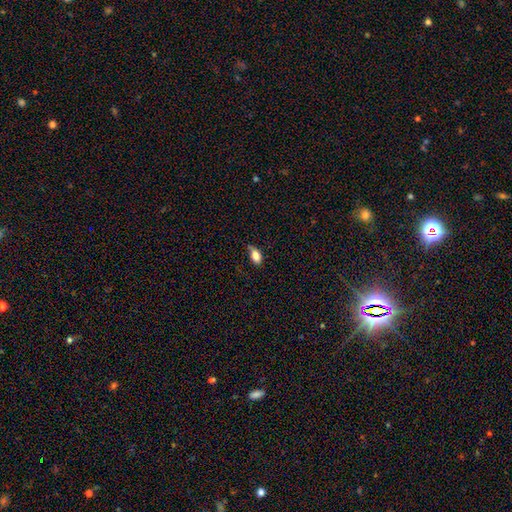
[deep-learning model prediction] Smooth or featured? Predicted: smooth (p=0.82). How rounded? Predicted: in between (p=0.88). Merging? Predicted: none (p=0.66).